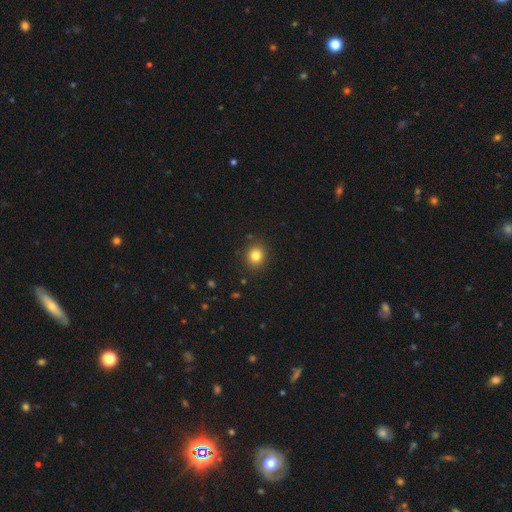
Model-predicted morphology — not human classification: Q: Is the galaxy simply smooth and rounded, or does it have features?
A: smooth — 82%.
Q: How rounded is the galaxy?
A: round — 80%.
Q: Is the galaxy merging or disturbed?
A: none — 89%.